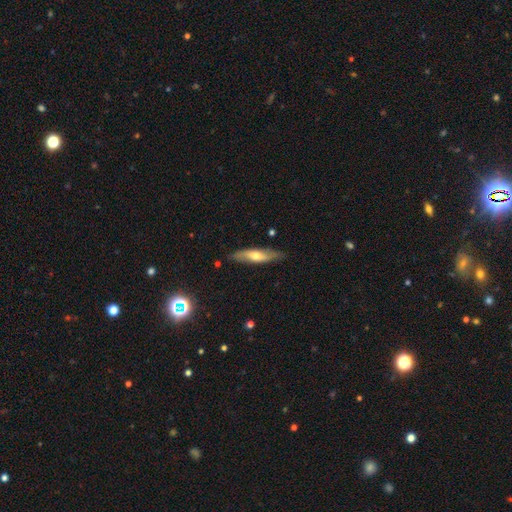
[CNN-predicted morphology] This appears to be a smooth galaxy with no disk features (49%). Merging: none (80%).